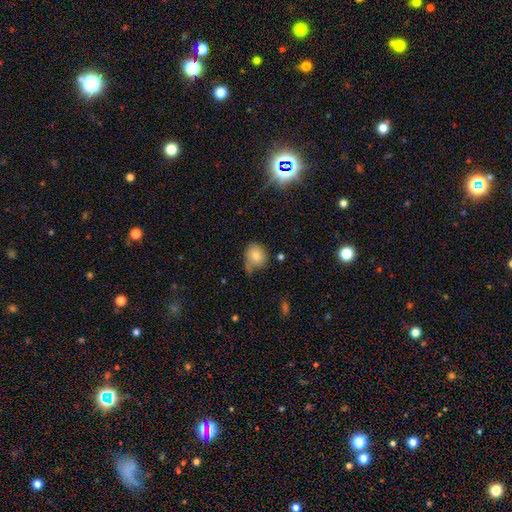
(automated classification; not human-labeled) smooth_or_featured: smooth (p=0.77) [alt: featured or disk p=0.12]
how_rounded: round (p=0.66) [alt: in between p=0.33]
merging: none (p=0.54) [alt: minor disturbance p=0.27]